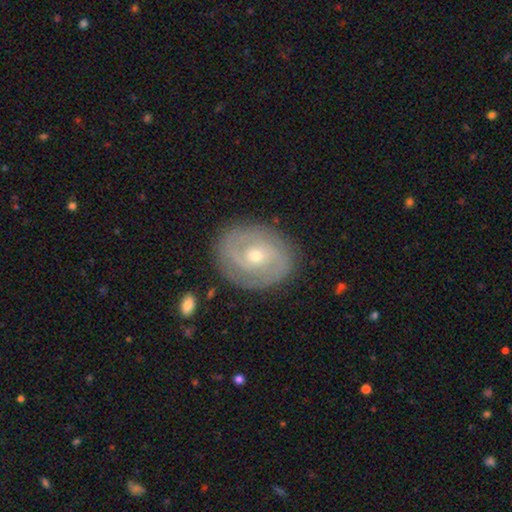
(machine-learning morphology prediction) featured or disk 81%, smooth 13%, star or artifact 6%. Down the decision tree: edge-on disk — no (97%); bar — no (53%); spiral arms — yes (91%); spiral arm count — 2 (69%); spiral winding — tight (60%); bulge size — moderate (53%); merging — none (84%).